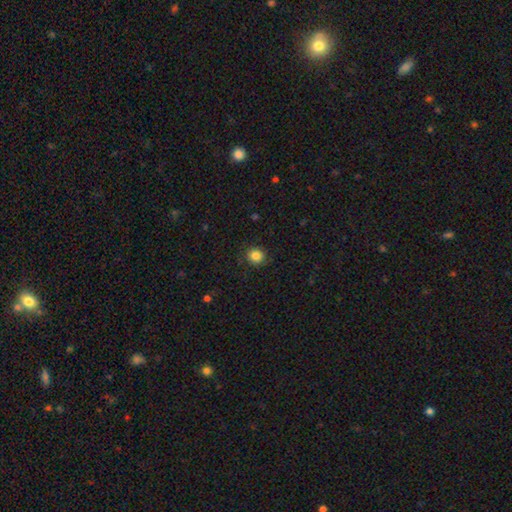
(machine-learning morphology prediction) The model was most divided on "smooth or featured": smooth: 84%, star or artifact: 11%, featured or disk: 5%. More confident: merging — none (88%); how rounded — round (87%).